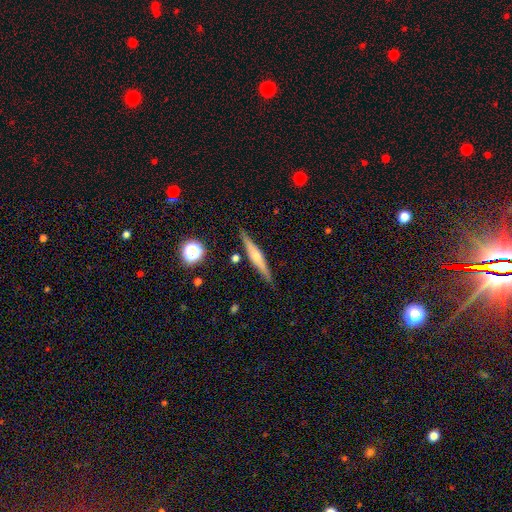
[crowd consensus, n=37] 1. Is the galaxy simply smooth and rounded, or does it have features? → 73% featured or disk, 22% smooth, 5% star or artifact.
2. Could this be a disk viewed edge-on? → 100% yes, 0% no.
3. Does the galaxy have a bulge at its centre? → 85% rounded, 11% none, 4% boxy.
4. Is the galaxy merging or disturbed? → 91% none, 6% minor disturbance, 3% major disturbance, 0% merger.